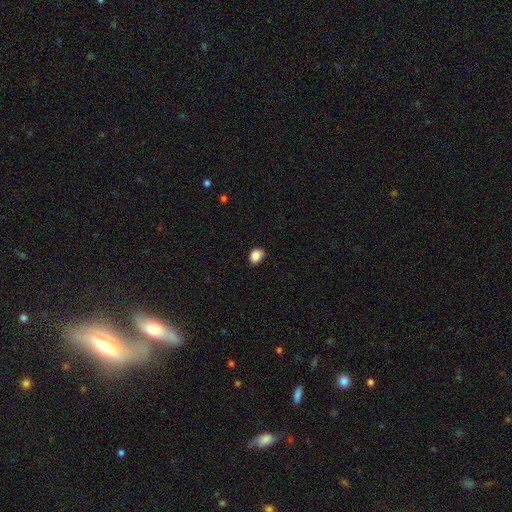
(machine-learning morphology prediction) Smooth or featured?
  - smooth: 87% *
  - star or artifact: 9%
  - featured or disk: 4%
How rounded?
  - in between: 66% *
  - round: 33%
  - cigar-shaped: 1%
Merging?
  - none: 83% *
  - minor disturbance: 14%
  - major disturbance: 2%
  - merger: 1%